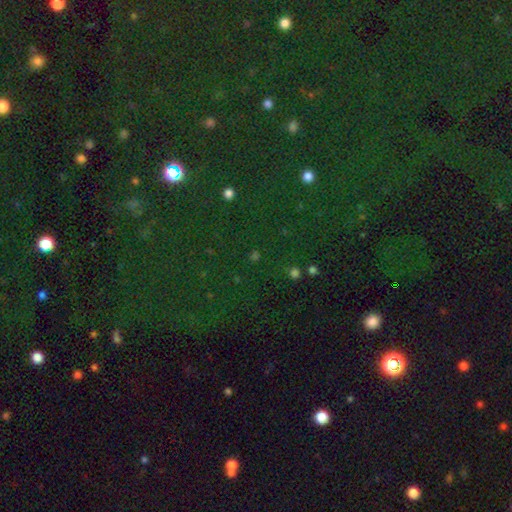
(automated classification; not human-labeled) smooth-or-featured: star or artifact: 74% | smooth: 17% | featured or disk: 9%